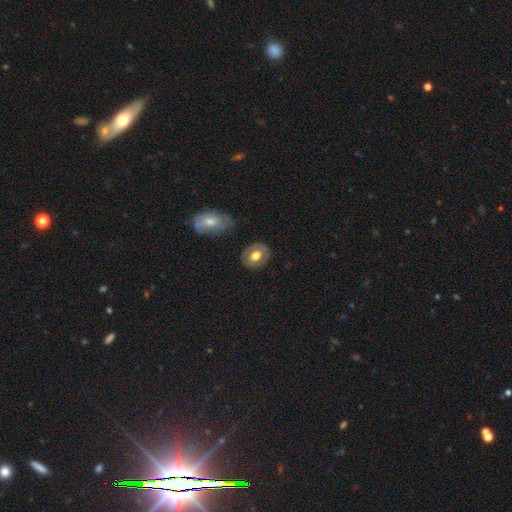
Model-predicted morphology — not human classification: Smooth or featured?
  - smooth: 59% *
  - featured or disk: 35%
  - star or artifact: 6%
How rounded?
  - in between: 50% *
  - round: 49%
  - cigar-shaped: 1%
Merging?
  - none: 83% *
  - minor disturbance: 11%
  - major disturbance: 3%
  - merger: 2%